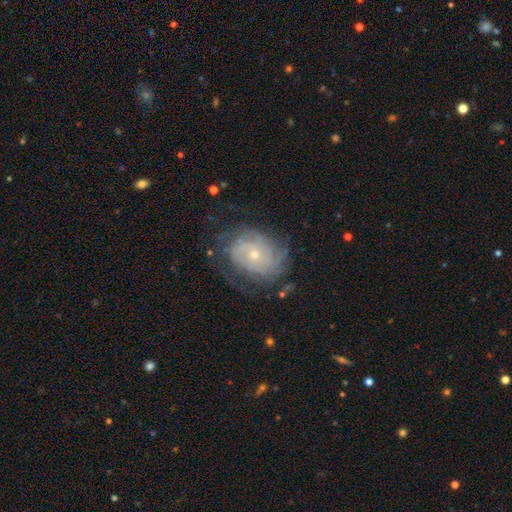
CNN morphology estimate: type=featured or disk (76%); edge-on=no (96%); bar=no (76%); spiral arms=yes (91%); winding=tight (70%); arm count=can't tell (46%); bulge=small (65%); merging=none (71%).